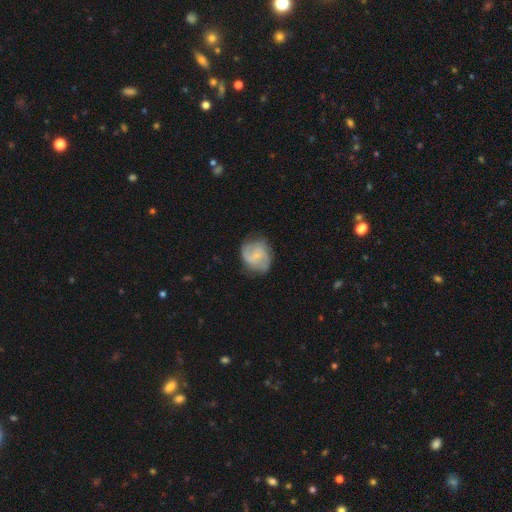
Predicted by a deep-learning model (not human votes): Smooth or featured: featured or disk — 64% (smooth — 30%)
Edge-on disk: no — 98% (yes — 2%)
Bar: weak — 47% (no — 43%)
Spiral arms: yes — 90% (no — 10%)
Spiral winding: medium — 47% (tight — 31%)
Spiral arm count: 2 — 59% (can't tell — 20%)
Bulge size: small — 64% (none — 17%)
Merging: none — 68% (minor disturbance — 22%)